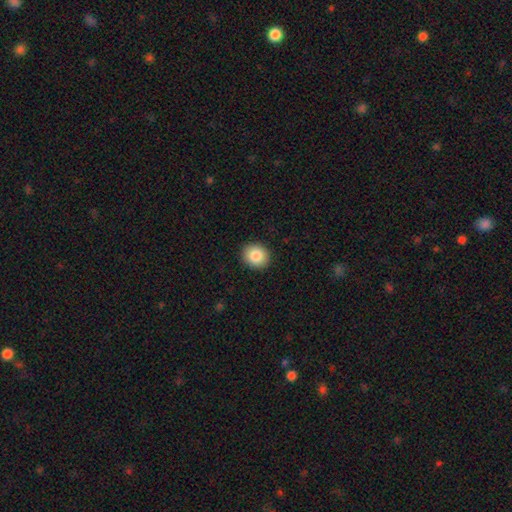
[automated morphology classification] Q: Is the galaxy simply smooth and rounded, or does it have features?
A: smooth — 85%.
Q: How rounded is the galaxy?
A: round — 76%.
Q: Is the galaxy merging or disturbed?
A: none — 92%.